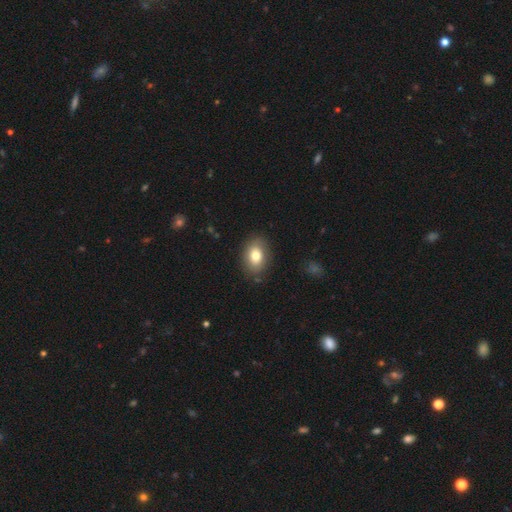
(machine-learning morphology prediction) This is likely a smooth galaxy (78%). How rounded: clearly in between (80%). Merging: clearly none (84%).